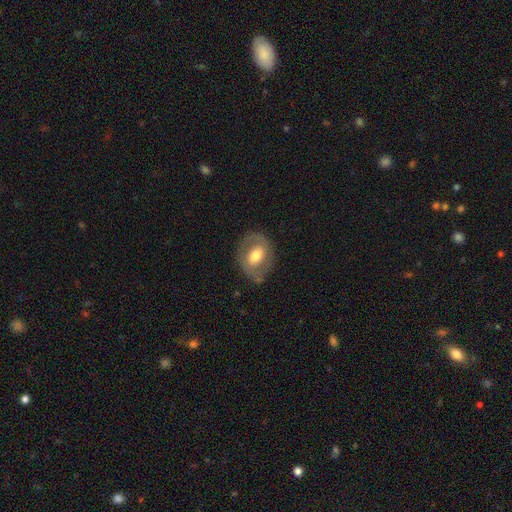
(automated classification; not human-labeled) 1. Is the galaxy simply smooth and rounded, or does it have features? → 53% featured or disk, 41% smooth, 6% star or artifact.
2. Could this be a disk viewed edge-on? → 94% no, 6% yes.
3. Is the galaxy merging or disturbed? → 72% none, 18% minor disturbance, 8% major disturbance, 2% merger.